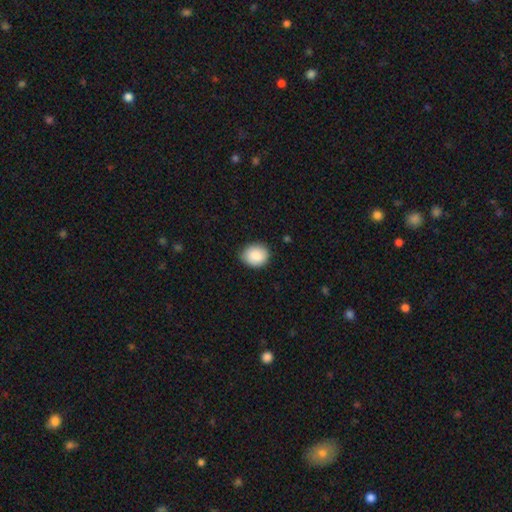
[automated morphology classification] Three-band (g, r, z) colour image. It shows a smooth galaxy with no disk features (87%) that is round (64%). Merging: none (81%).